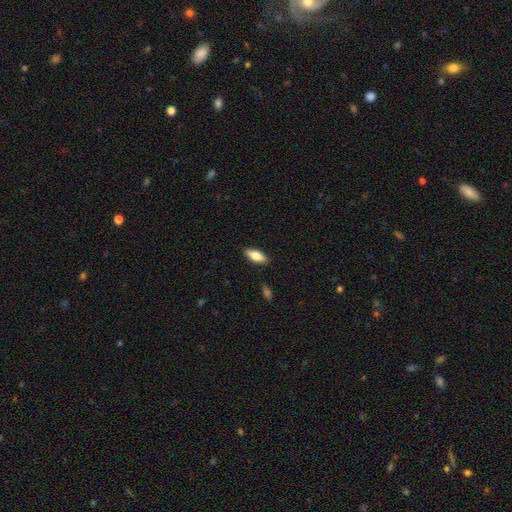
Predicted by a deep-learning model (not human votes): Overall: smooth (75%). How rounded: in between (80%). Merging: none (88%).